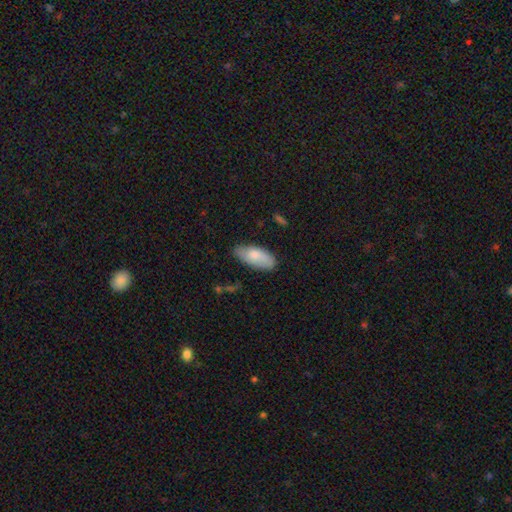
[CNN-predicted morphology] smooth_or_featured: smooth (p=0.78) [alt: featured or disk p=0.17]
how_rounded: in between (p=0.88) [alt: cigar-shaped p=0.10]
merging: none (p=0.74) [alt: minor disturbance p=0.21]